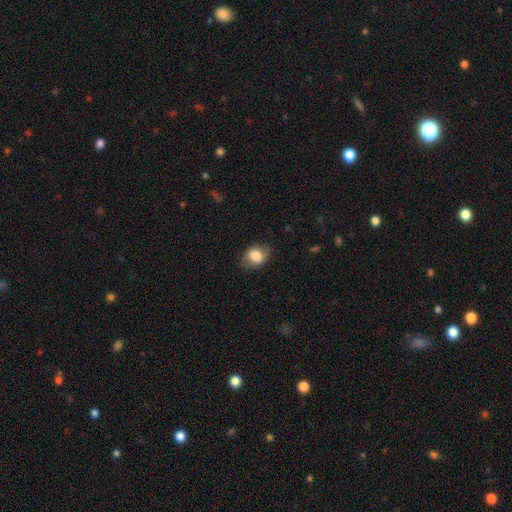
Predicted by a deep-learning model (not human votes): smooth-or-featured: smooth: 82% | featured or disk: 10% | star or artifact: 8%
  how-rounded: in between: 58% | round: 41% | cigar-shaped: 1%
  merging: none: 73% | minor disturbance: 21% | major disturbance: 5% | merger: 1%